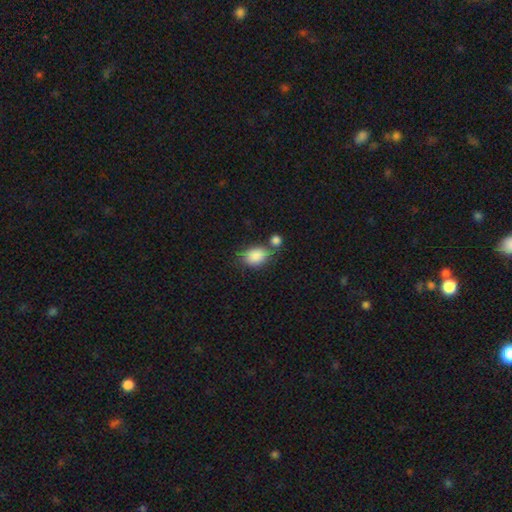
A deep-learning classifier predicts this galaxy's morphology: Smooth or featured: smooth — 86% (star or artifact — 8%)
How rounded: in between — 80% (round — 18%)
Merging: none — 48% (merger — 28%)